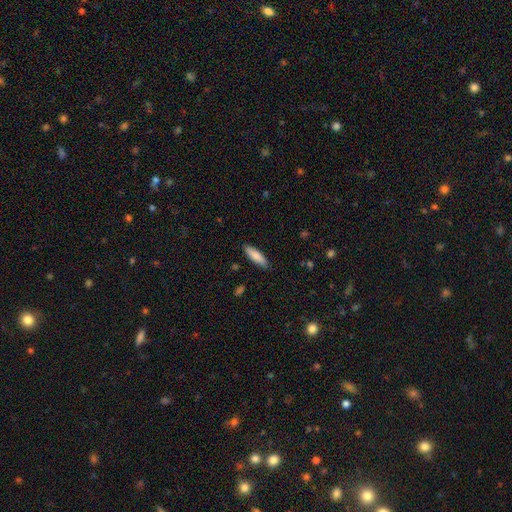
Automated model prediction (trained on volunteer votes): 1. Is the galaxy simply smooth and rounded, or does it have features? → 85% smooth, 9% featured or disk, 6% star or artifact.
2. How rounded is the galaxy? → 60% cigar-shaped, 39% in between, 1% round.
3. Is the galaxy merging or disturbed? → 89% none, 8% minor disturbance, 2% major disturbance, 1% merger.